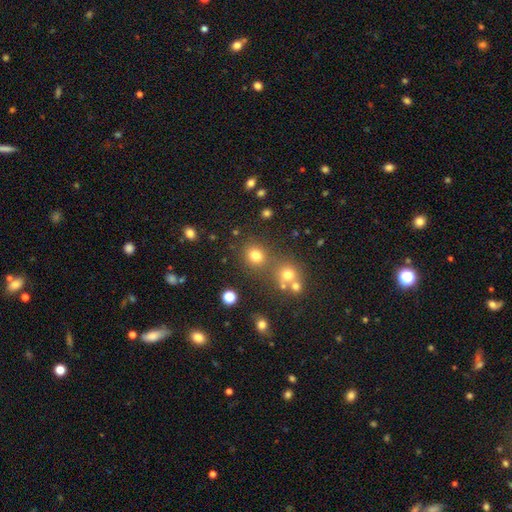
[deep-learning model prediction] Overall: smooth (74%). How rounded: round (81%). Merging: none (71%).